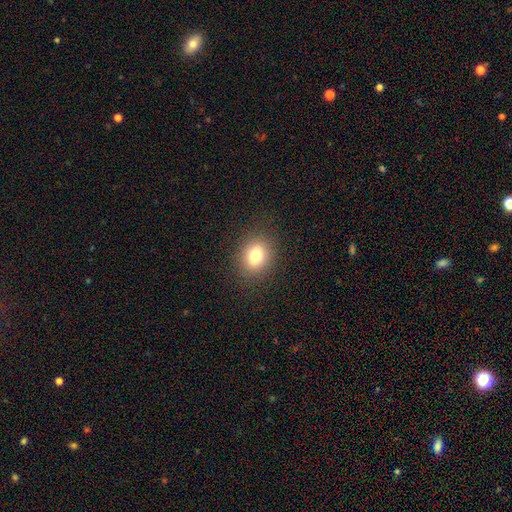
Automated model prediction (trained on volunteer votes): A smooth galaxy with no disk features (79%) that is round (54%).

Vote fractions:
- Smooth or featured? smooth: 79% / star or artifact: 11% / featured or disk: 9%
- How rounded? round: 54% / in between: 45% / cigar-shaped: 1%
- Merging? none: 87% / minor disturbance: 9% / major disturbance: 4% / merger: 1%